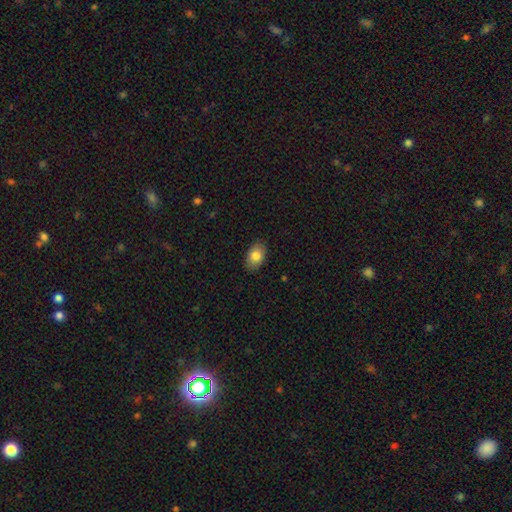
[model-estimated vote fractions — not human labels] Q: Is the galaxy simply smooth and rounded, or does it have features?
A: smooth — 82%.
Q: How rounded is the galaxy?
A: in between — 88%.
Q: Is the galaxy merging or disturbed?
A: none — 88%.